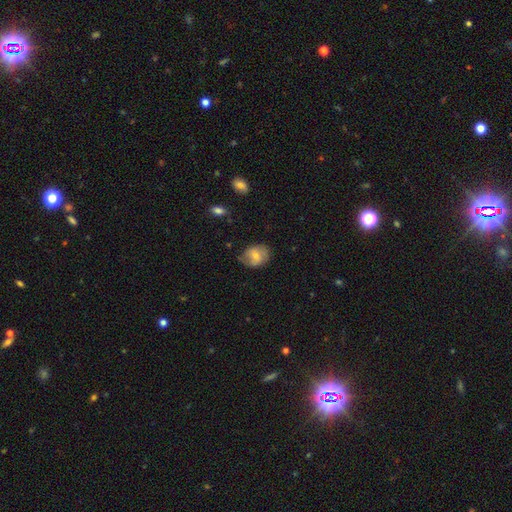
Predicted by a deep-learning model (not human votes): Smooth or featured? Predicted: smooth (p=0.52). How rounded? Predicted: round (p=0.50). Merging? Predicted: none (p=0.66).